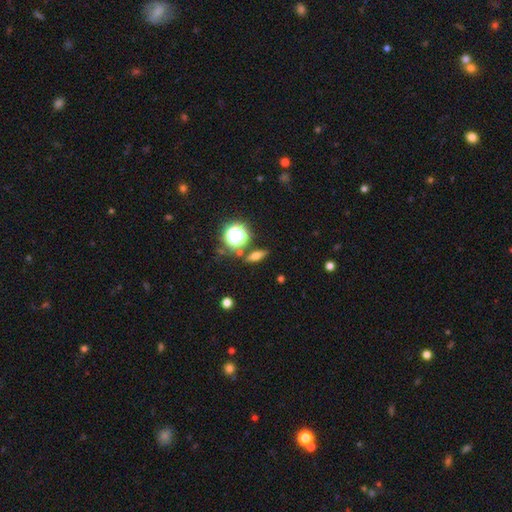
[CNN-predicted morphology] A smooth galaxy with no disk features (53%) that is in between round and cigar-shaped (43%). Merging: none (83%).